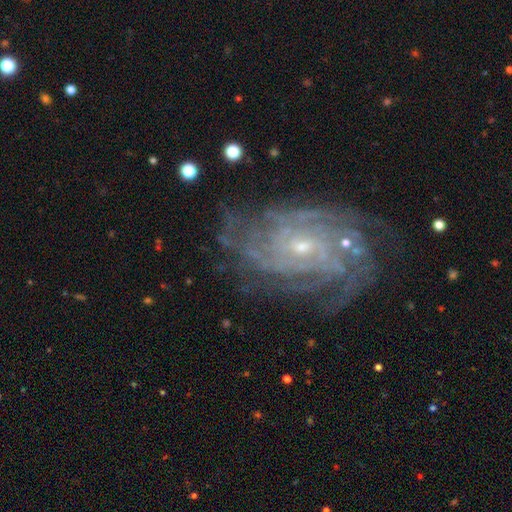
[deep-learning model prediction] This is clearly a featured or disk galaxy (88%). It is clearly not viewed edge-on (97%). Bar: likely no (60%). Spiral arm pattern: clearly yes (97%). Spiral arm count: marginally can't tell (29%). Spiral winding: likely tight (70%). Central bulge: likely small (74%). Merging: likely none (74%).